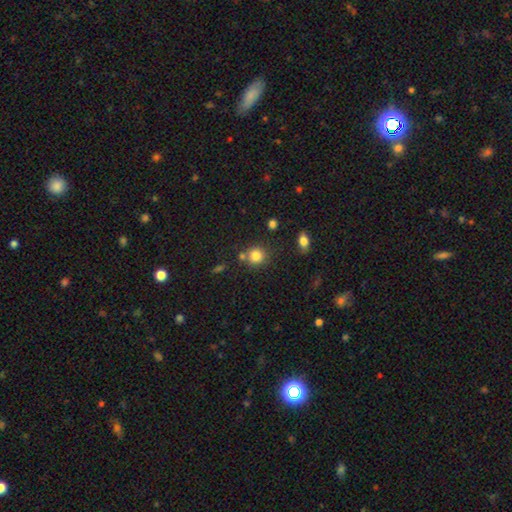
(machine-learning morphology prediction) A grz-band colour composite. It shows a smooth galaxy with no disk features (82%) that is round (86%). Merging: none (70%).